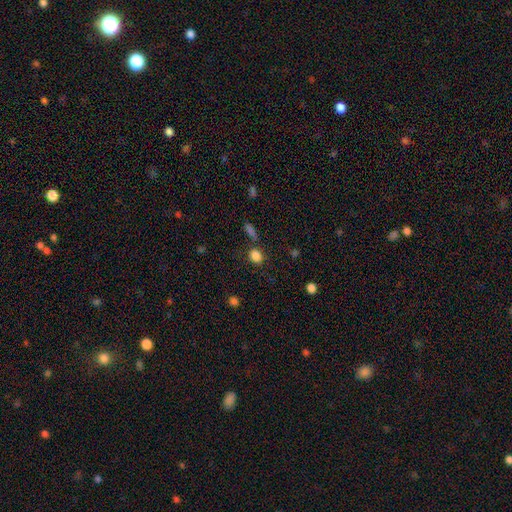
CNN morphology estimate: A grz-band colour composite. It shows a smooth galaxy with no disk features (84%) that is round (57%). Merging: none (74%).